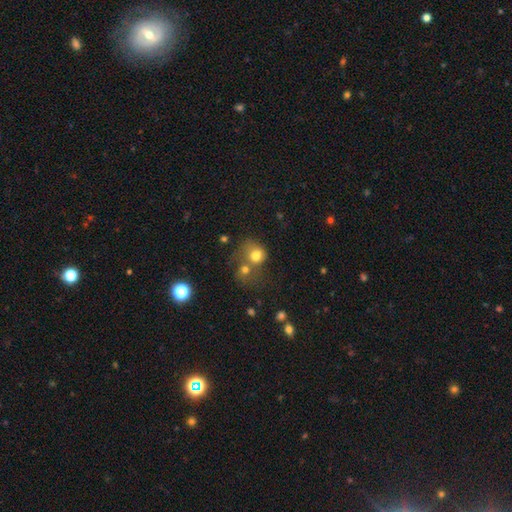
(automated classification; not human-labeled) Overall: smooth (73%). How rounded: round (60%; in between 39%). Merging: merger (53%; none 23%).